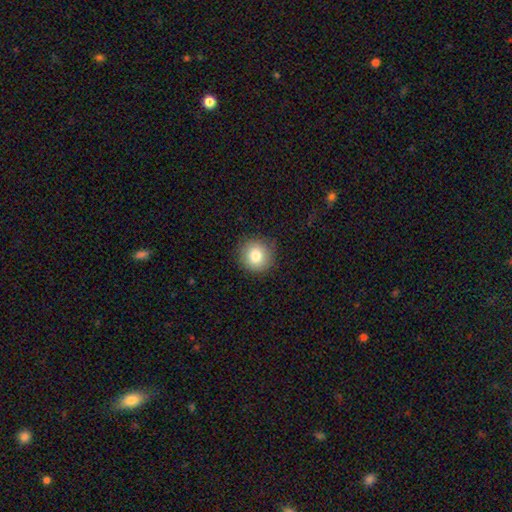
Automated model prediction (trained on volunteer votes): smooth-or-featured: smooth: 82% | star or artifact: 10% | featured or disk: 9%
  how-rounded: round: 92% | in between: 7% | cigar-shaped: 1%
  merging: none: 86% | minor disturbance: 10% | major disturbance: 3% | merger: 1%